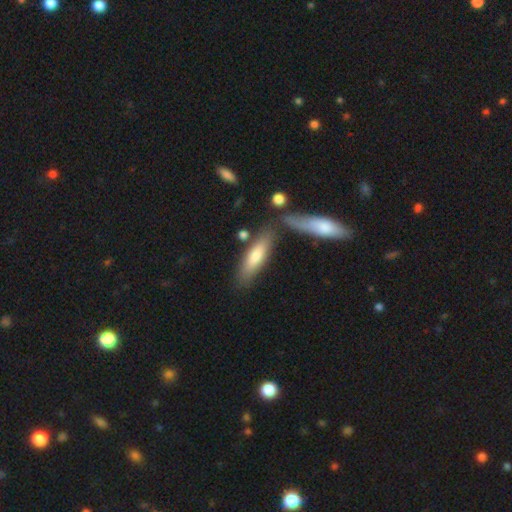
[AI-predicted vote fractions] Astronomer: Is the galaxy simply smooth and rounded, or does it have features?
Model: smooth — 66%.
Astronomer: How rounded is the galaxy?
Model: cigar-shaped — 66%.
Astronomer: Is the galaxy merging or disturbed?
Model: none — 69%.